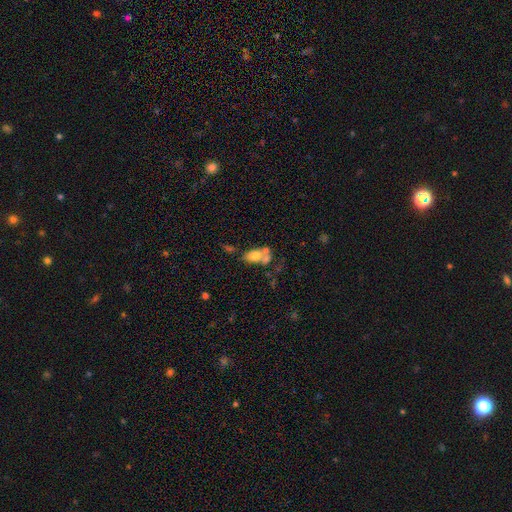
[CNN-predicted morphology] Q: Smooth or featured?
A: smooth (66%); runner-up: featured or disk (24%)
Q: How rounded?
A: in between (82%); runner-up: round (15%)
Q: Merging?
A: merger (49%); runner-up: none (30%)